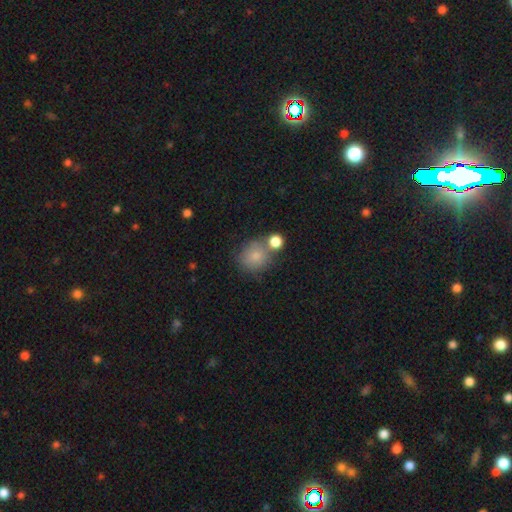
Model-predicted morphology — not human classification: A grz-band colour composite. It shows a smooth galaxy with no disk features (81%) that is round (83%). Merging: none (57%).